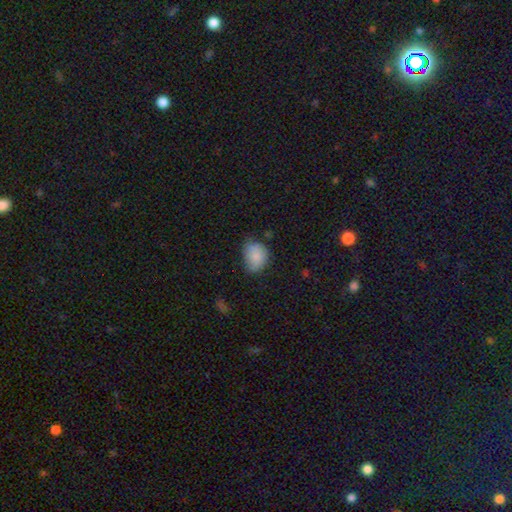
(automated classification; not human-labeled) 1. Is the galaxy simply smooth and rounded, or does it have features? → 83% smooth, 9% featured or disk, 8% star or artifact.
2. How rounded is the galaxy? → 59% in between, 40% round, 1% cigar-shaped.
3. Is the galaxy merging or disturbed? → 49% none, 39% minor disturbance, 10% major disturbance, 2% merger.